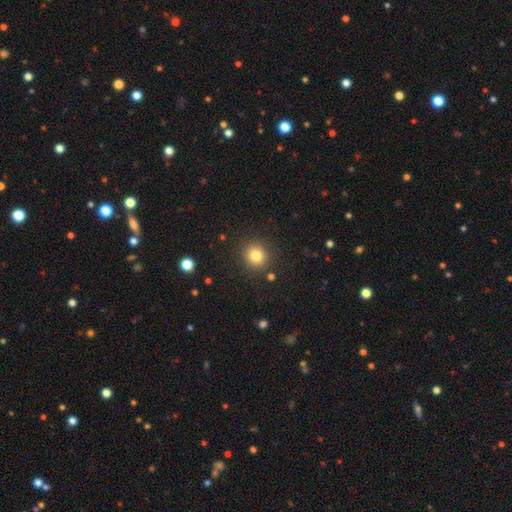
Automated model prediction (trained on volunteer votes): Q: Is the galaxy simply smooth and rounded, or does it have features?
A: smooth — 80%.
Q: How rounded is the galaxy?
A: round — 91%.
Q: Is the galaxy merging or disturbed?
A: none — 89%.